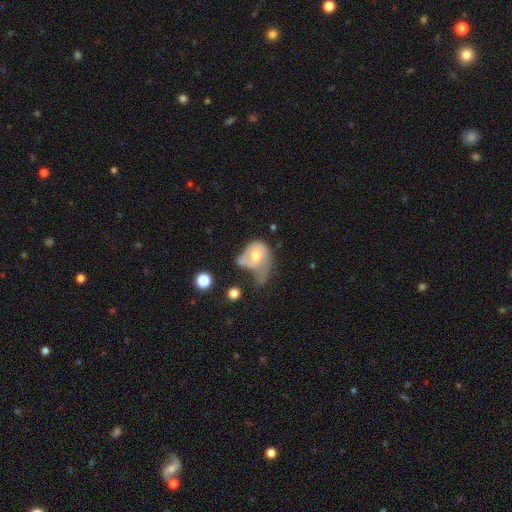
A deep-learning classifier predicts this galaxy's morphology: Overall: featured or disk (48%; smooth 45%). Merging: major disturbance (49%; minor disturbance 24%).